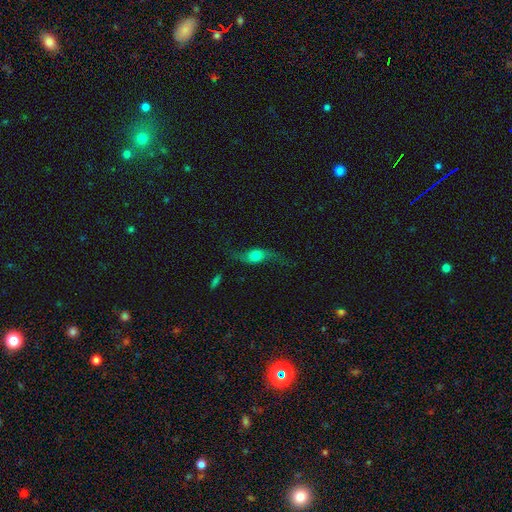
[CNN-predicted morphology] A featured or disk galaxy (66%).

Vote fractions:
- Smooth or featured? featured or disk: 66% / smooth: 25% / star or artifact: 9%
- Edge-on disk? no: 75% / yes: 25%
- Merging? none: 62% / minor disturbance: 19% / major disturbance: 16% / merger: 3%